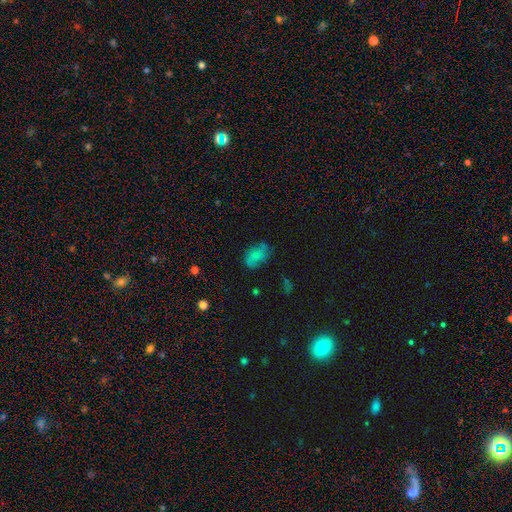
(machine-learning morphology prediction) A smooth galaxy with no disk features (67%) that is in between round and cigar-shaped (87%). Merging: none (57%).